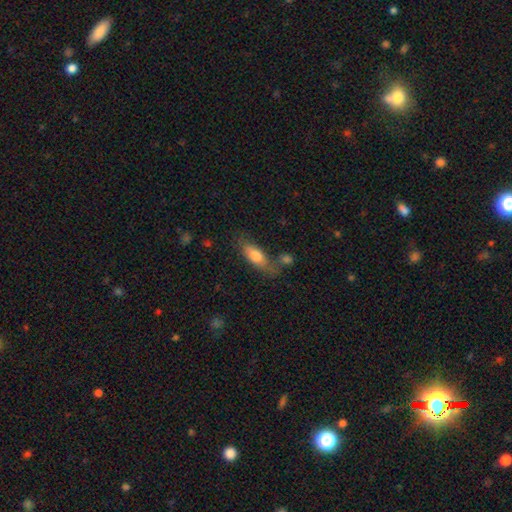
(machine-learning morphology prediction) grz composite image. It shows a smooth galaxy with no disk features (74%) that is in between round and cigar-shaped (73%). Merging: none (51%).